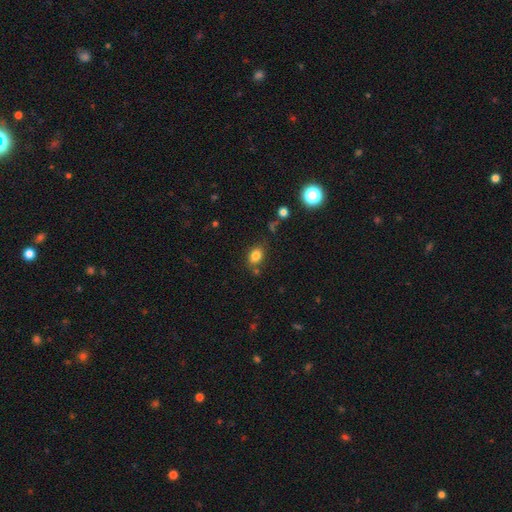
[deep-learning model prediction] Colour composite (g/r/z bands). It shows a smooth galaxy with no disk features (82%) that is in between round and cigar-shaped (72%). Merging: none (75%).